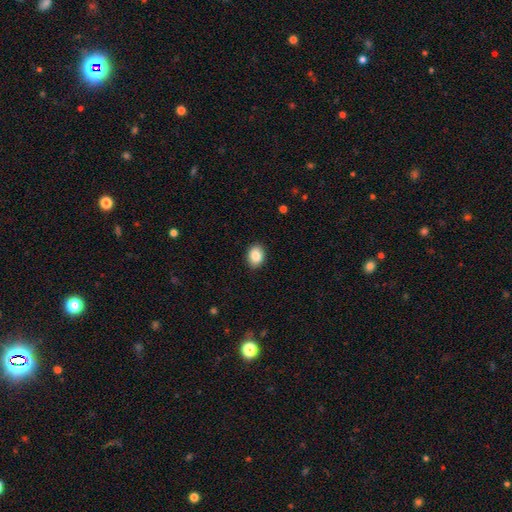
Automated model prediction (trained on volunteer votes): The model was most divided on "how rounded": in between: 66%, round: 33%, cigar-shaped: 1%. More confident: merging — none (89%); smooth or featured — smooth (86%).